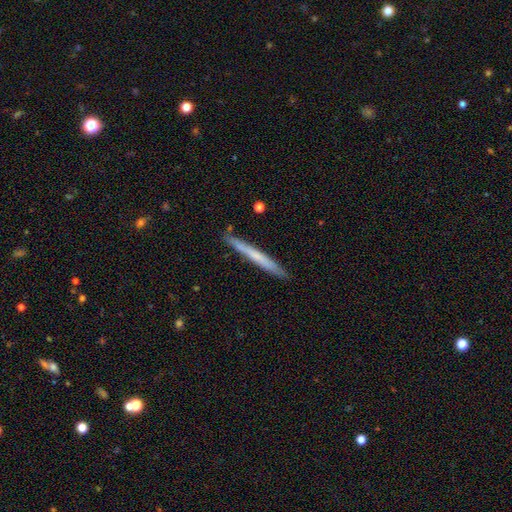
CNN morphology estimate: Smooth or featured: smooth — 55% (featured or disk — 40%)
How rounded: cigar-shaped — 97% (in between — 2%)
Merging: none — 89% (minor disturbance — 8%)